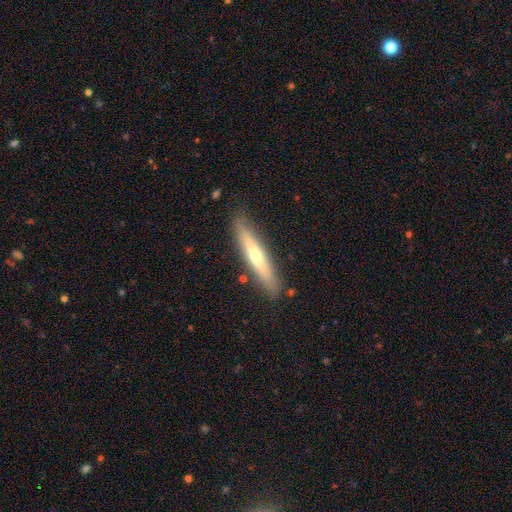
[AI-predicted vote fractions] Morphology: type=featured or disk (47%); merging=none (87%).